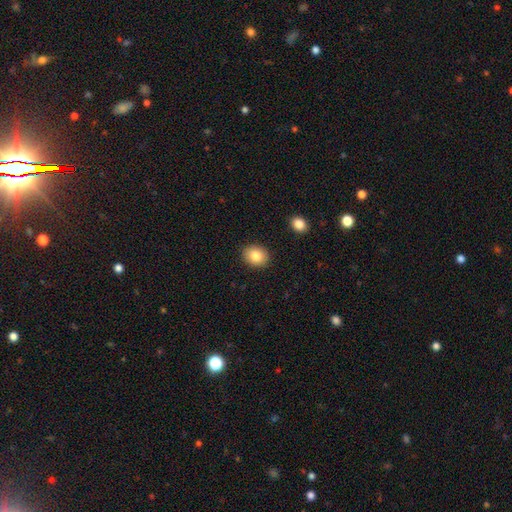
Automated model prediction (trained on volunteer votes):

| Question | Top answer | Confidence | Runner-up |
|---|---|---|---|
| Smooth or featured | smooth | 83% | star or artifact (9%) |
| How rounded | round | 51% | in between (48%) |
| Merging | none | 90% | minor disturbance (7%) |